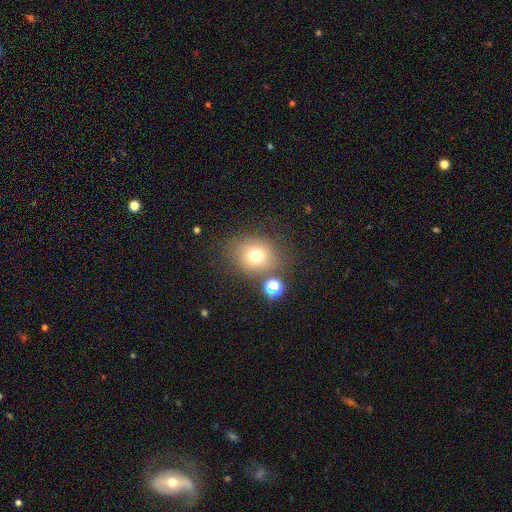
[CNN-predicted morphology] smooth_or_featured: smooth (p=0.72) [alt: star or artifact p=0.16]
how_rounded: round (p=0.70) [alt: in between p=0.29]
merging: none (p=0.72) [alt: minor disturbance p=0.13]